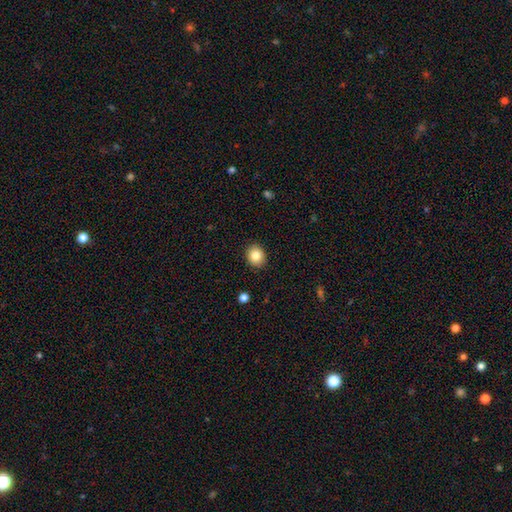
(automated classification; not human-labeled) Smooth or featured: smooth — 84% (star or artifact — 9%)
How rounded: round — 72% (in between — 27%)
Merging: none — 90% (minor disturbance — 7%)